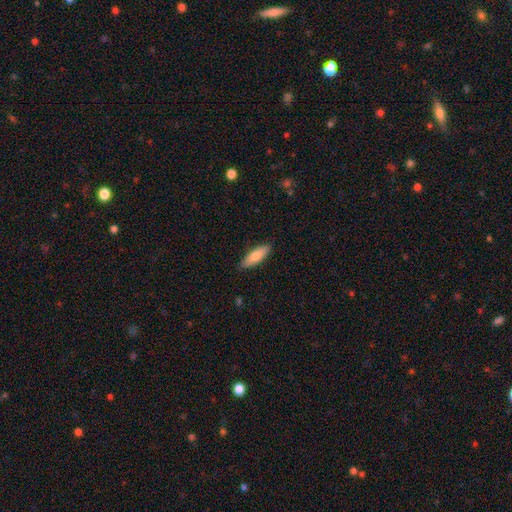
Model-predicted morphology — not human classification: Smooth or featured: smooth — 77% (featured or disk — 17%)
How rounded: in between — 53% (cigar-shaped — 45%)
Merging: none — 87% (minor disturbance — 10%)